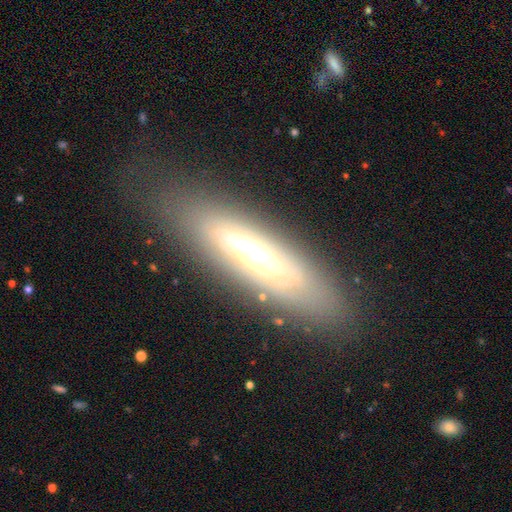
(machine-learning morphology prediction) featured or disk 55%, smooth 33%, star or artifact 12%. Down the decision tree: edge-on disk — yes (64%); merging — none (74%).